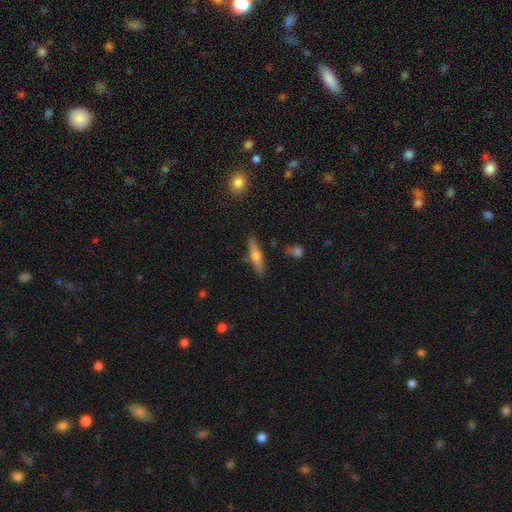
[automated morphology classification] Smooth or featured? smooth (48%)
Merging? none (84%)